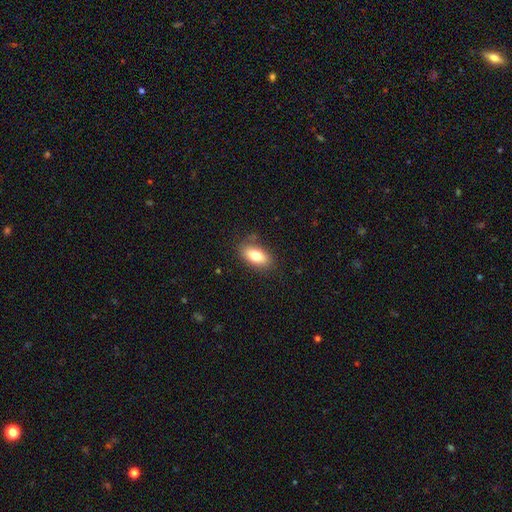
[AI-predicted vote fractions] smooth_or_featured: smooth (p=0.78) [alt: featured or disk p=0.14]
how_rounded: in between (p=0.87) [alt: cigar-shaped p=0.08]
merging: none (p=0.82) [alt: minor disturbance p=0.13]